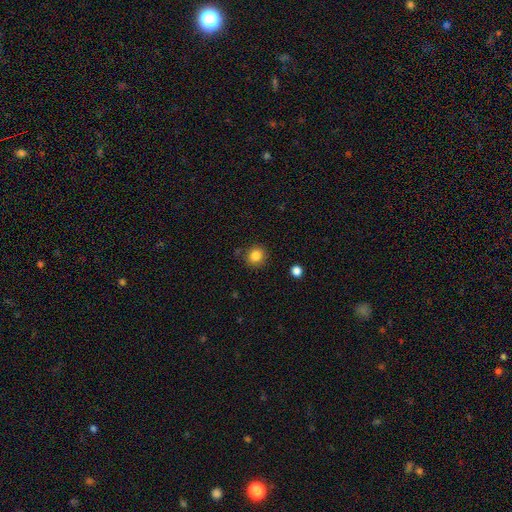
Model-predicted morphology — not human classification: Q: Smooth or featured?
A: smooth (84%); runner-up: star or artifact (11%)
Q: How rounded?
A: round (92%); runner-up: in between (8%)
Q: Merging?
A: none (86%); runner-up: minor disturbance (9%)